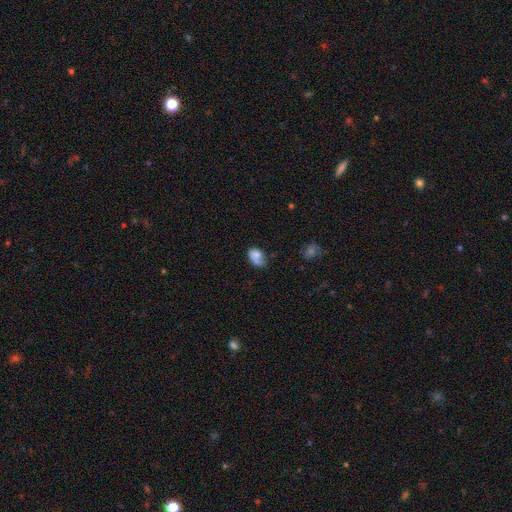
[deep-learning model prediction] Smooth or featured: smooth — 71% (featured or disk — 20%)
How rounded: in between — 75% (round — 23%)
Merging: none — 34% (minor disturbance — 27%)